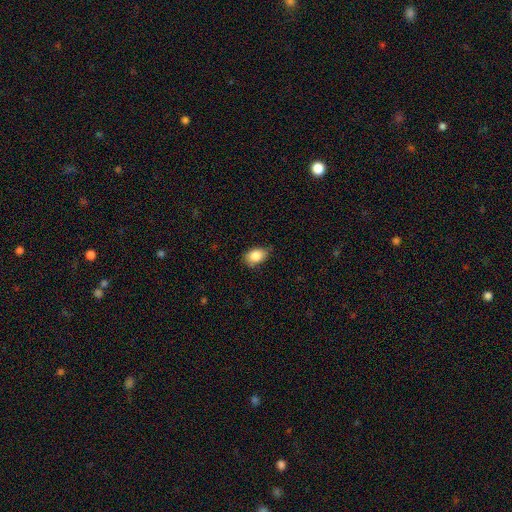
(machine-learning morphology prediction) The model was most divided on "merging": none: 67%, minor disturbance: 28%, major disturbance: 4%, merger: 1%. More confident: smooth or featured — smooth (85%); how rounded — in between (82%).